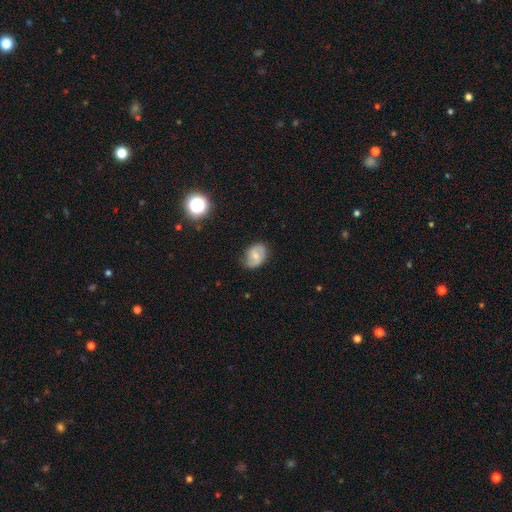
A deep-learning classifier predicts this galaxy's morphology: This appears to be a featured or disk galaxy (50%). Merging: none (68%).